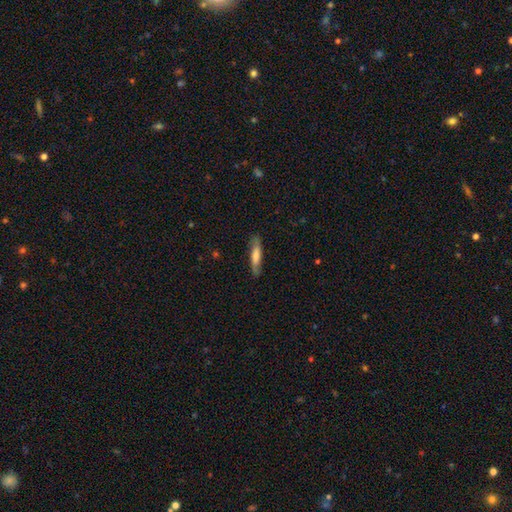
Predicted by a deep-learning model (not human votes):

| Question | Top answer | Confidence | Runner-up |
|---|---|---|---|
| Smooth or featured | smooth | 60% | featured or disk (34%) |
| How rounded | cigar-shaped | 82% | in between (16%) |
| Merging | none | 81% | minor disturbance (15%) |